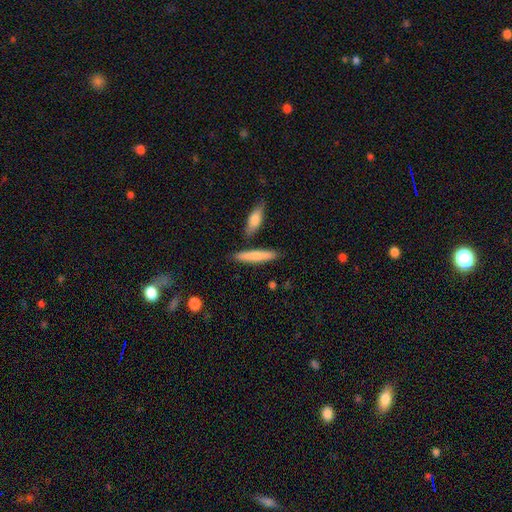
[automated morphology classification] Smooth or featured? Predicted: smooth (p=0.76). How rounded? Predicted: cigar-shaped (p=0.87). Merging? Predicted: none (p=0.82).